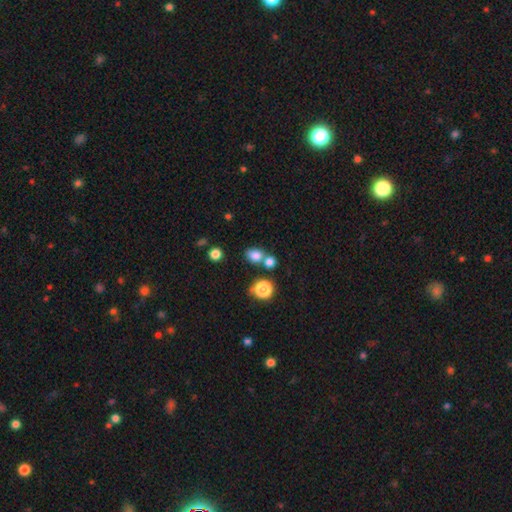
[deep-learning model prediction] Smooth or featured? Predicted: smooth (p=0.79). How rounded? Predicted: in between (p=0.54). Merging? Predicted: none (p=0.58).